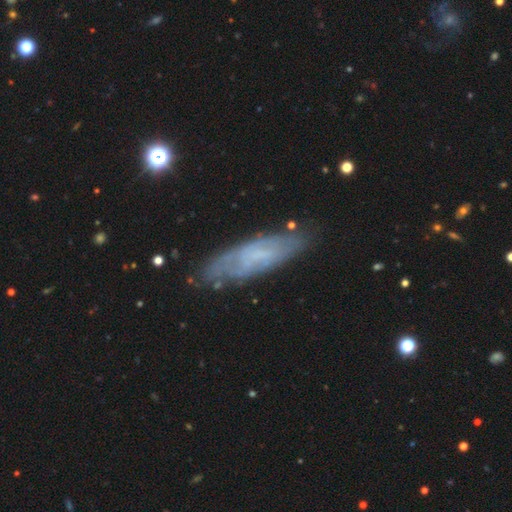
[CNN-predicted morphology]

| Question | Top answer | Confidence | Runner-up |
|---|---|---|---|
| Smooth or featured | featured or disk | 53% | smooth (38%) |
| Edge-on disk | no | 67% | yes (33%) |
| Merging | none | 74% | minor disturbance (18%) |